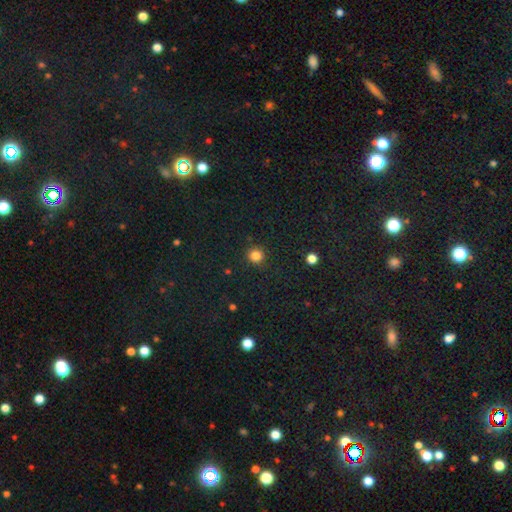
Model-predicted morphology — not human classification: Overall: smooth (83%). How rounded: round (93%). Merging: none (91%).